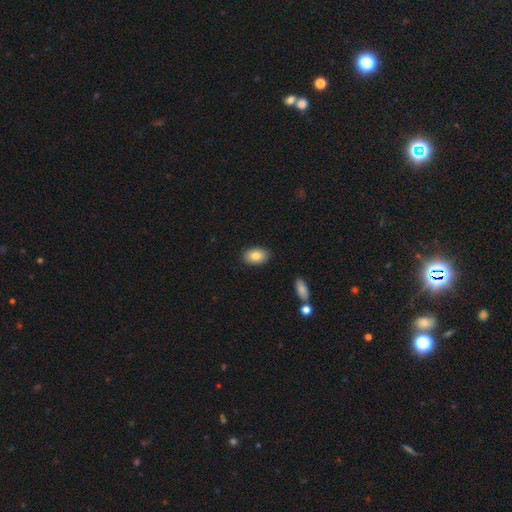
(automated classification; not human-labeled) Overall: smooth (85%). How rounded: in between (88%). Merging: none (87%).